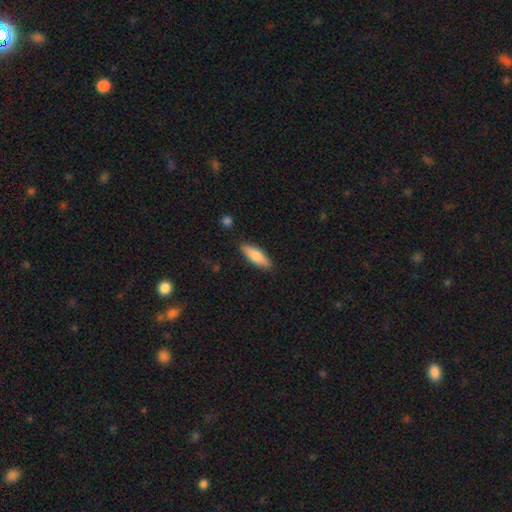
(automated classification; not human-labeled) Smooth or featured? smooth (72%)
How rounded? cigar-shaped (50%)
Merging? none (86%)